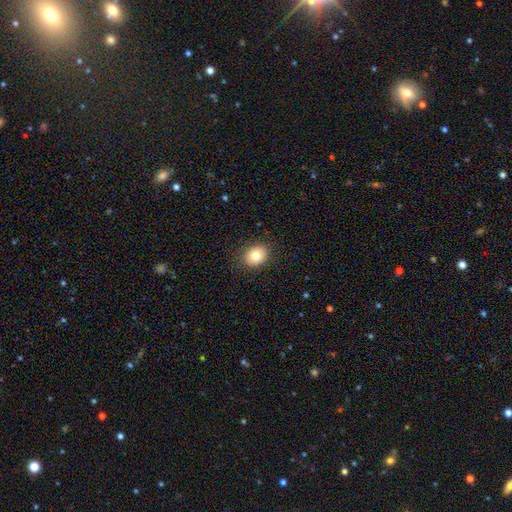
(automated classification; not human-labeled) A smooth galaxy with no disk features (80%) that is round (56%). Merging: none (87%).